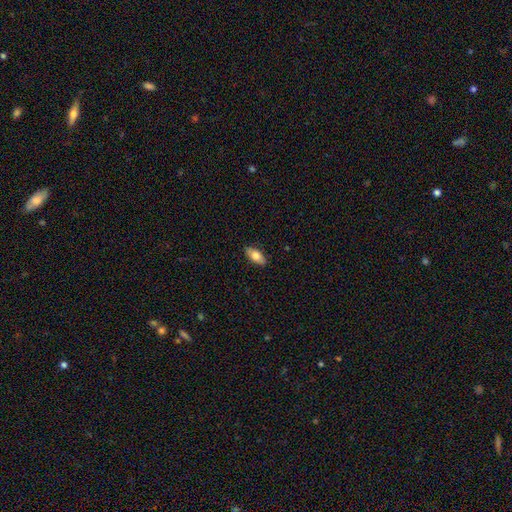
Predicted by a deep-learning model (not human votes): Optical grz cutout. It shows a smooth galaxy with no disk features (75%) that is in between round and cigar-shaped (87%). Merging: none (88%).